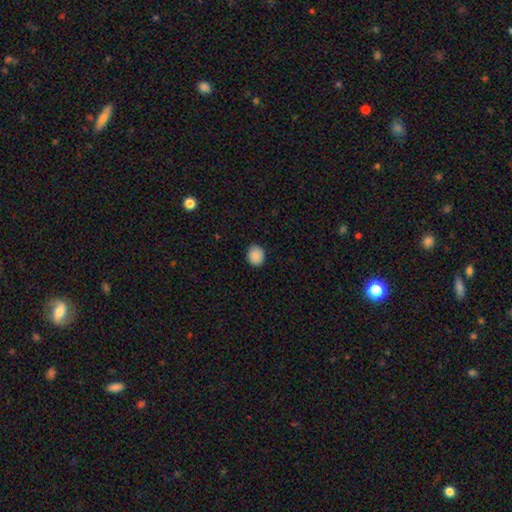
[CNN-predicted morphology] Smooth or featured: smooth — 88% (star or artifact — 8%)
How rounded: round — 60% (in between — 40%)
Merging: none — 88% (minor disturbance — 9%)